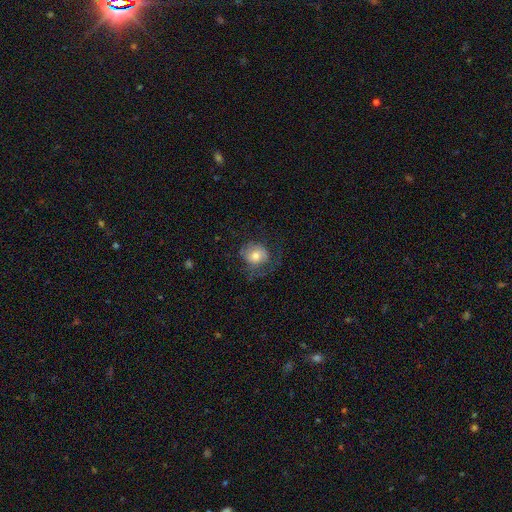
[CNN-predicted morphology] This appears to be a smooth galaxy with no disk features (58%) that is round (74%). Merging: none (51%).